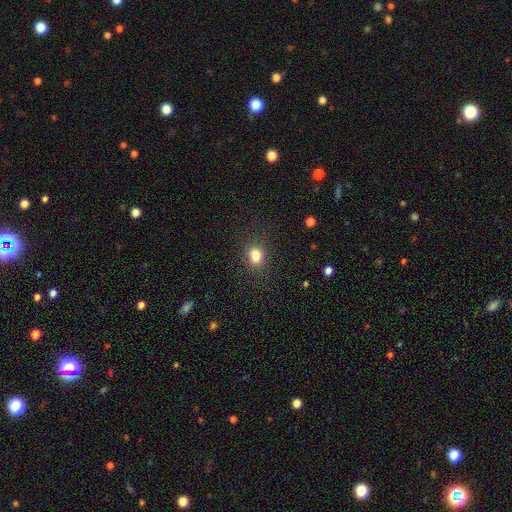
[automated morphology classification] This is clearly a smooth galaxy (83%). How rounded: possibly round (58%). Merging: clearly none (86%).